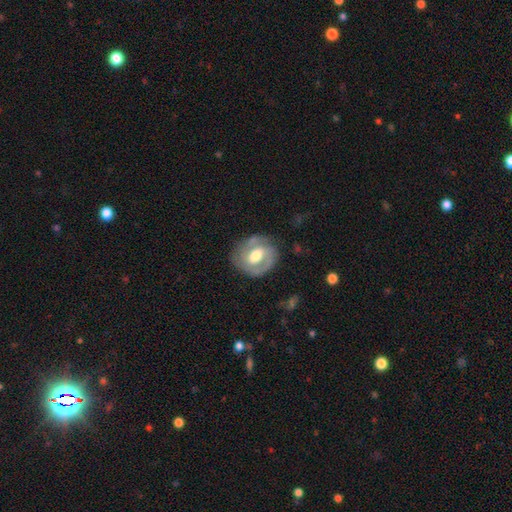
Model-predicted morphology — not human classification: This is likely a featured or disk galaxy (73%). It is clearly not viewed edge-on (97%). Bar: possibly weak (46%). Spiral arm pattern: clearly yes (82%). Spiral arm count: likely 2 (72%). Spiral winding: possibly tight (47%). Central bulge: likely moderate (63%). Merging: likely none (73%).